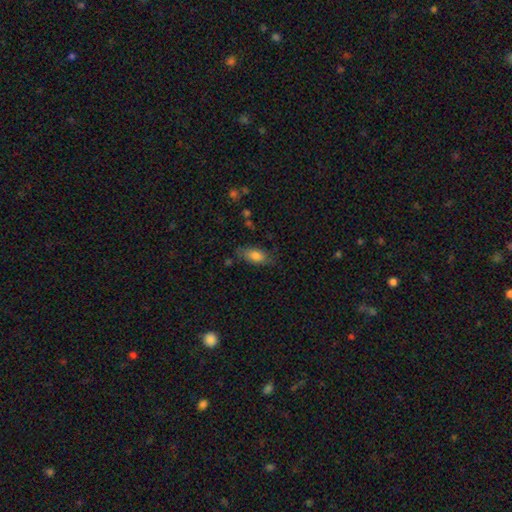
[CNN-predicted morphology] Smooth or featured? smooth (79%)
How rounded? in between (87%)
Merging? none (70%)